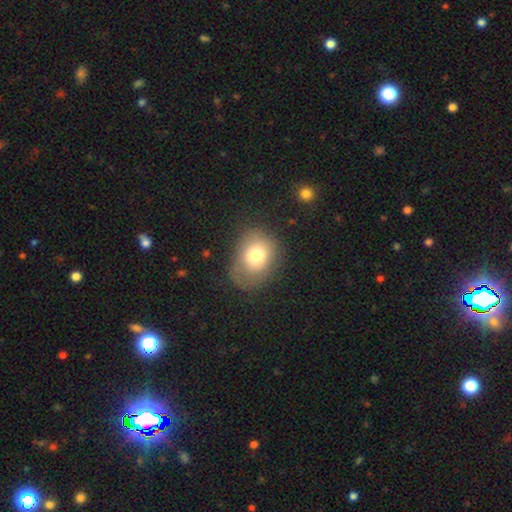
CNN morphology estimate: The model was most divided on "how rounded": in between: 53%, round: 47%, cigar-shaped: 1%. More confident: smooth or featured — smooth (73%); merging — none (65%).